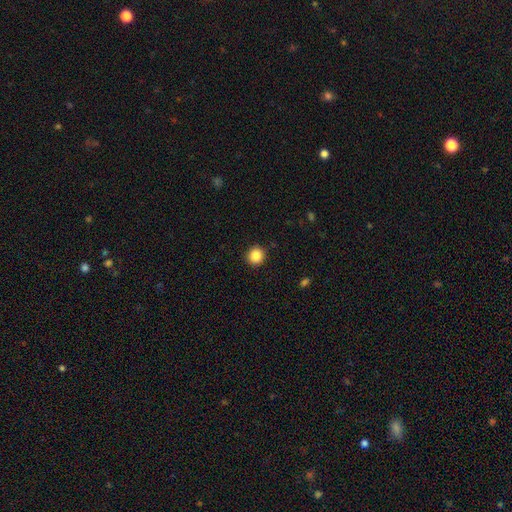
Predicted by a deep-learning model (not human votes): Smooth or featured?
  - smooth: 86% *
  - star or artifact: 10%
  - featured or disk: 4%
How rounded?
  - round: 93% *
  - in between: 6%
  - cigar-shaped: 1%
Merging?
  - none: 92% *
  - minor disturbance: 5%
  - major disturbance: 2%
  - merger: 1%